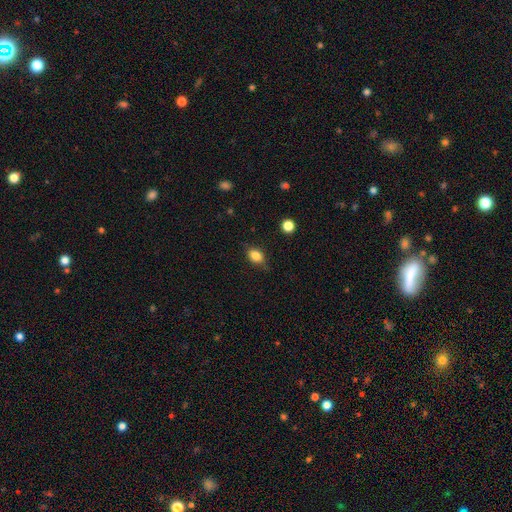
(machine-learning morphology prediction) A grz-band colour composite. It shows a smooth galaxy with no disk features (83%) that is in between round and cigar-shaped (71%). Merging: none (77%).